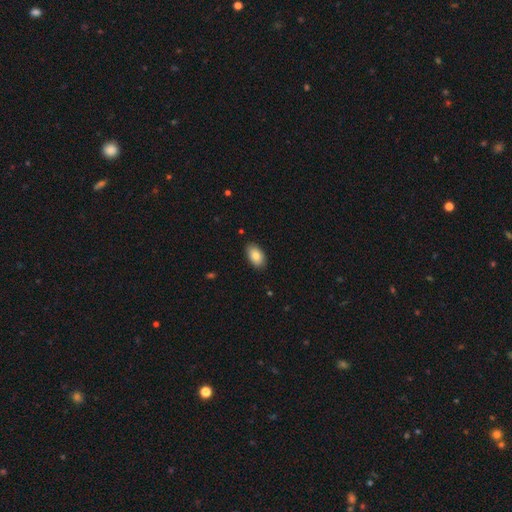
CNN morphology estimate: The model was most divided on "smooth or featured": smooth: 83%, featured or disk: 11%, star or artifact: 7%. More confident: how rounded — in between (93%); merging — none (87%).